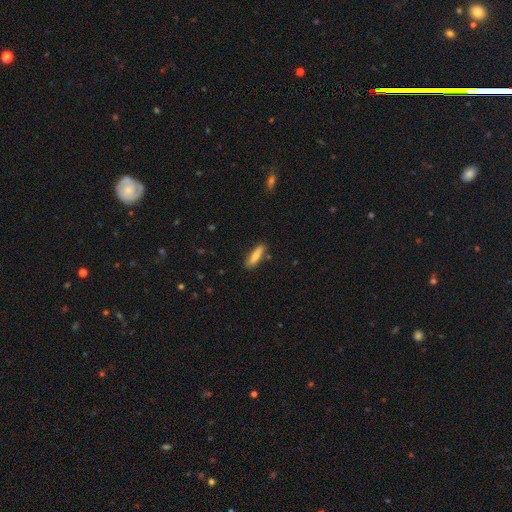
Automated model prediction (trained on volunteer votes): Q: Smooth or featured?
A: smooth (73%); runner-up: featured or disk (20%)
Q: How rounded?
A: cigar-shaped (67%); runner-up: in between (31%)
Q: Merging?
A: none (85%); runner-up: minor disturbance (11%)